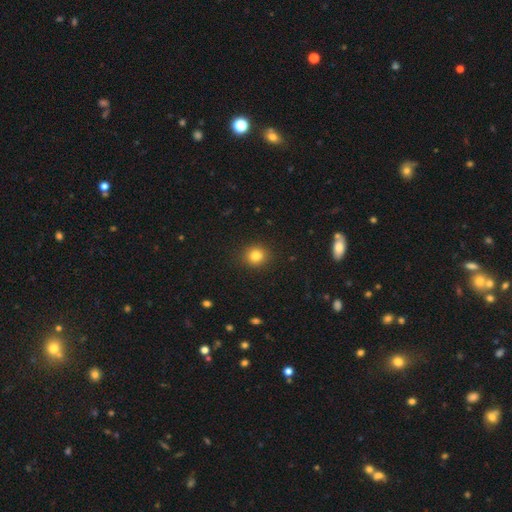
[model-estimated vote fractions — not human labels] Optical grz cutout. It shows a smooth galaxy with no disk features (82%) that is round (86%). Merging: none (90%).